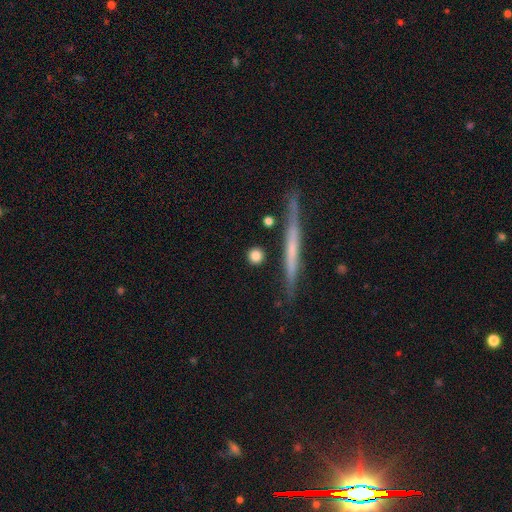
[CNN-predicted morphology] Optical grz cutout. It shows a smooth galaxy with no disk features (79%) that is round (83%). Merging: none (87%).